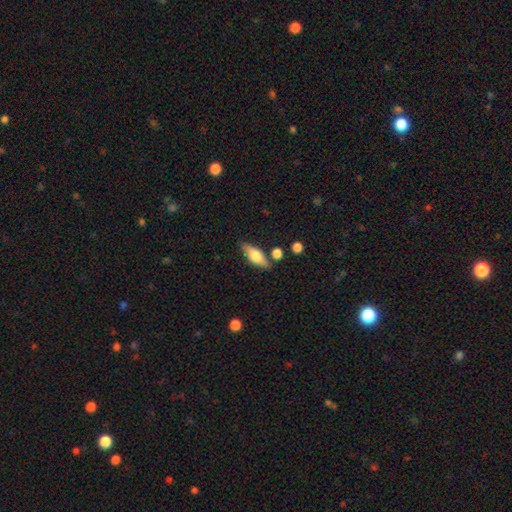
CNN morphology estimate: Smooth or featured: smooth — 60% (featured or disk — 33%)
How rounded: in between — 71% (cigar-shaped — 26%)
Merging: none — 78% (minor disturbance — 13%)